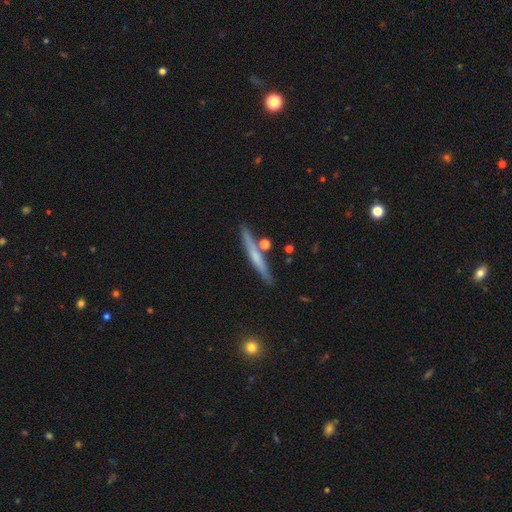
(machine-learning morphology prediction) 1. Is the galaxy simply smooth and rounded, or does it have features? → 49% featured or disk, 45% smooth, 6% star or artifact.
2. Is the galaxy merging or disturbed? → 84% none, 9% minor disturbance, 5% merger, 2% major disturbance.